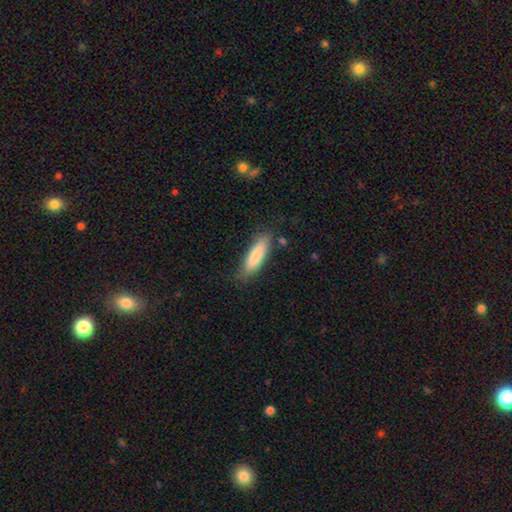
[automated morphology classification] This is clearly a smooth galaxy (84%). How rounded: likely cigar-shaped (62%). Merging: likely none (79%).